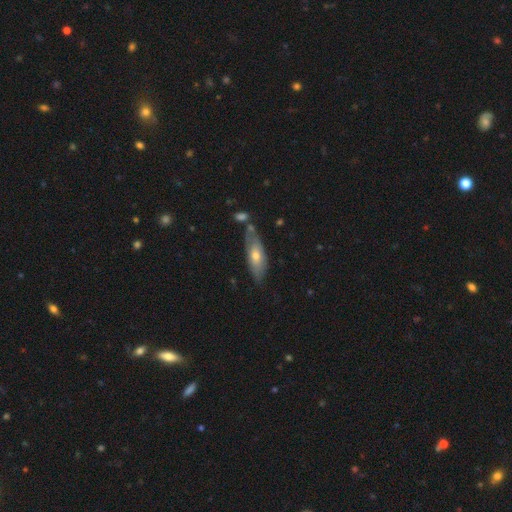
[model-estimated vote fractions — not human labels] This is possibly a smooth galaxy (55%). How rounded: possibly in between (58%). Merging: likely none (65%).